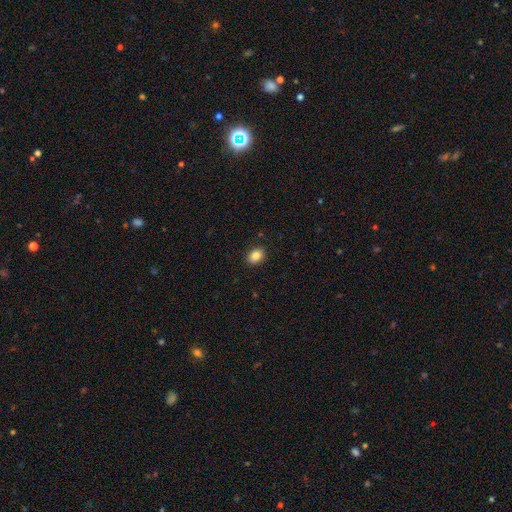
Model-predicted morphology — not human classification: Smooth or featured? Predicted: smooth (p=0.86). How rounded? Predicted: in between (p=0.76). Merging? Predicted: none (p=0.89).